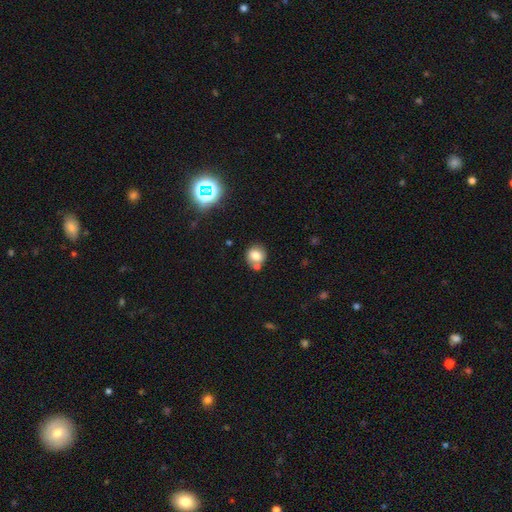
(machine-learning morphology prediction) A smooth galaxy with no disk features (76%) that is round (77%). Merging: none (56%).